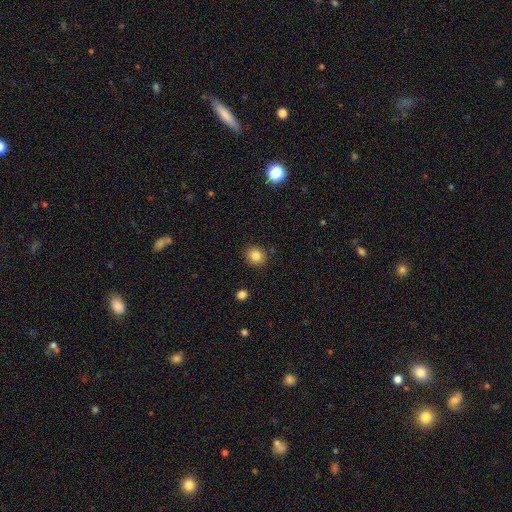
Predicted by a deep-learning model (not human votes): This appears to be a smooth galaxy with no disk features (83%) that is round (79%). Merging: none (88%).